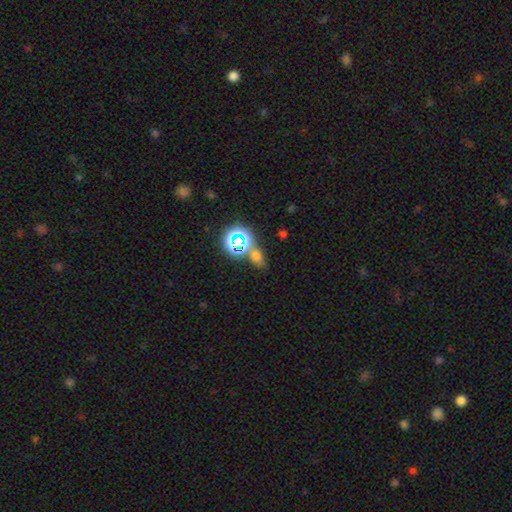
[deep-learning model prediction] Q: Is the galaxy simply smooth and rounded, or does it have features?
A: smooth — 54%.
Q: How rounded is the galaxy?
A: in between — 61%.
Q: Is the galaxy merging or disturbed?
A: none — 61%.